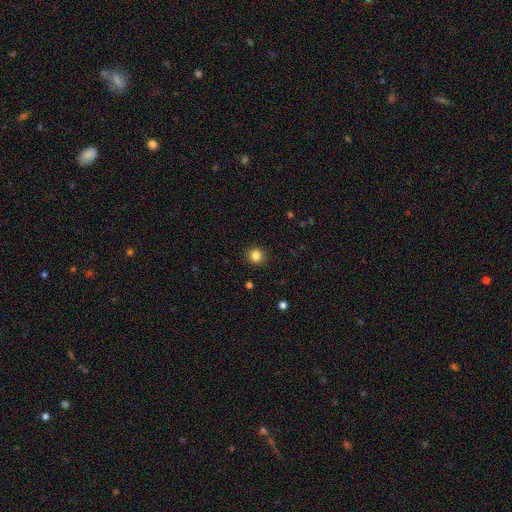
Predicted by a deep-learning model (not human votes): smooth 83%, star or artifact 12%, featured or disk 5%. Down the decision tree: how rounded — round (91%); merging — none (91%).